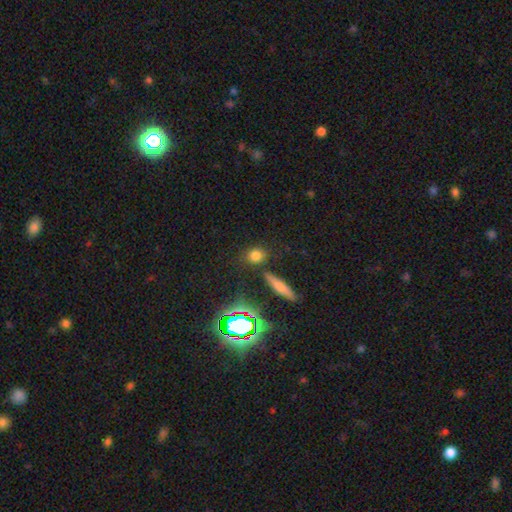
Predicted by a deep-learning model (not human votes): Smooth or featured? smooth (73%)
How rounded? round (65%)
Merging? none (79%)